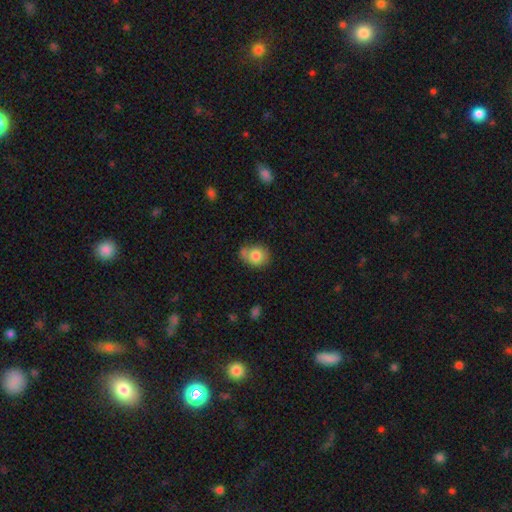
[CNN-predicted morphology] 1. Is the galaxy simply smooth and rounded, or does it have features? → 80% smooth, 12% featured or disk, 8% star or artifact.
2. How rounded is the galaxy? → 61% round, 38% in between, 1% cigar-shaped.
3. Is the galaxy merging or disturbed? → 54% none, 26% minor disturbance, 13% merger, 7% major disturbance.